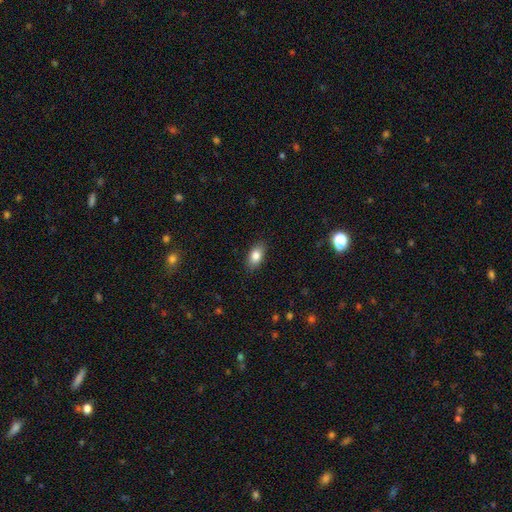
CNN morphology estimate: Smooth or featured? Predicted: smooth (p=0.83). How rounded? Predicted: in between (p=0.88). Merging? Predicted: none (p=0.87).